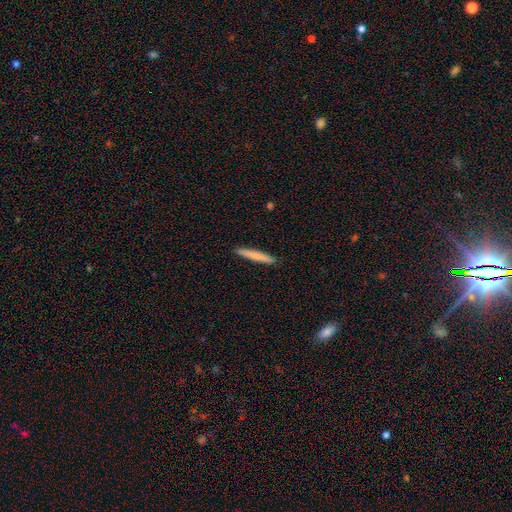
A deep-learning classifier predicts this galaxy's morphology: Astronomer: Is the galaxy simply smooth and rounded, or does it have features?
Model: smooth — 75%.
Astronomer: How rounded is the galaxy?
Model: cigar-shaped — 96%.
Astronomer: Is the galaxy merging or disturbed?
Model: none — 92%.